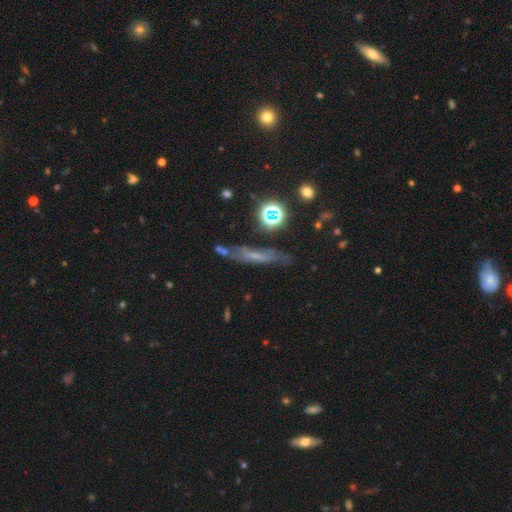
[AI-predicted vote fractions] Overall: featured or disk (42%; smooth 35%). Merging: none (67%).